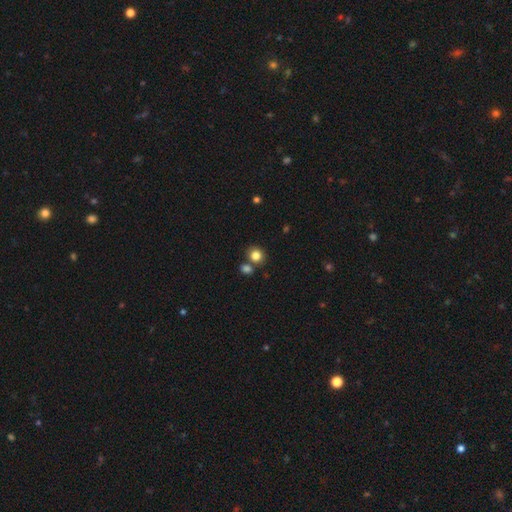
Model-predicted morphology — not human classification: This is clearly a smooth galaxy (82%). How rounded: clearly round (83%). Merging: likely none (68%).